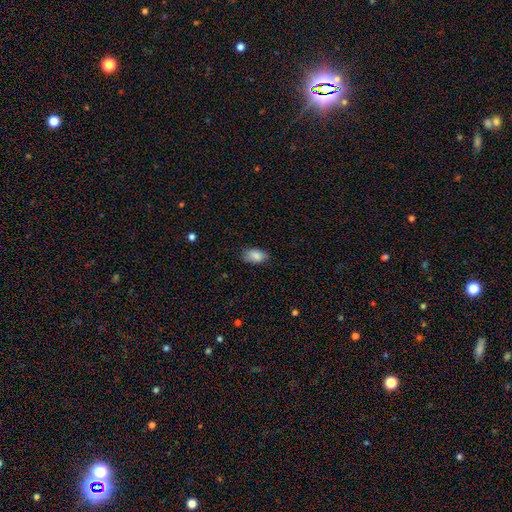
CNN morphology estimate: Smooth or featured? Predicted: smooth (p=0.86). How rounded? Predicted: in between (p=0.91). Merging? Predicted: none (p=0.75).